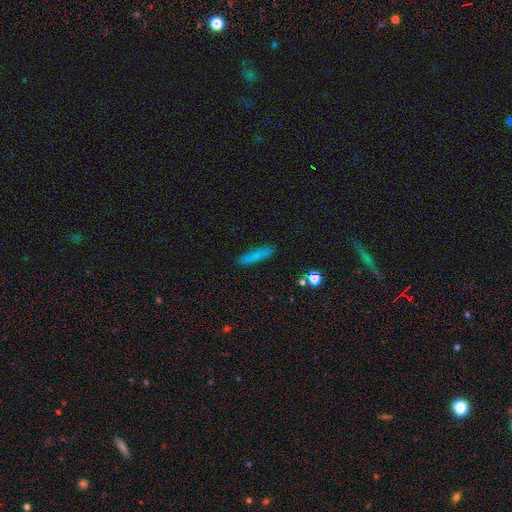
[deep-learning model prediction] Q: Smooth or featured?
A: smooth (75%); runner-up: featured or disk (14%)
Q: How rounded?
A: cigar-shaped (86%); runner-up: in between (12%)
Q: Merging?
A: none (87%); runner-up: minor disturbance (9%)